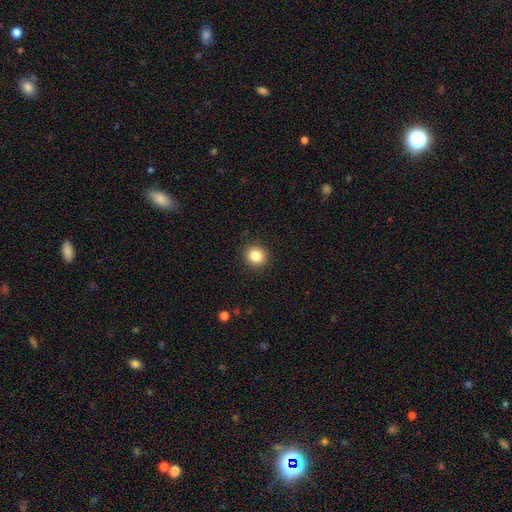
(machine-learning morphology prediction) A smooth galaxy with no disk features (85%) that is round (87%).

Vote fractions:
- Smooth or featured? smooth: 85% / star or artifact: 10% / featured or disk: 5%
- How rounded? round: 87% / in between: 12% / cigar-shaped: 1%
- Merging? none: 91% / minor disturbance: 6% / major disturbance: 2% / merger: 1%